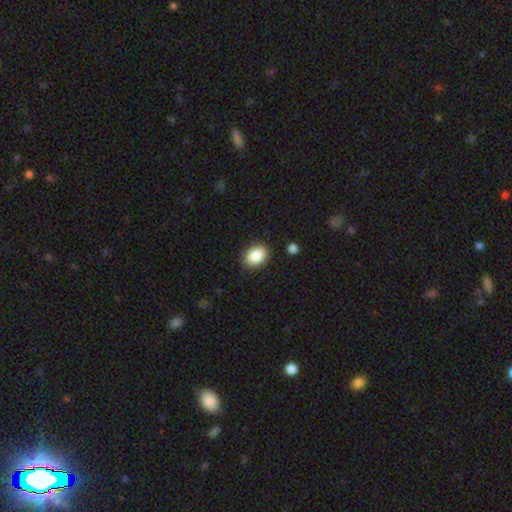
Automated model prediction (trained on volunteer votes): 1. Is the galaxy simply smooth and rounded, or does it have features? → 89% smooth, 7% star or artifact, 4% featured or disk.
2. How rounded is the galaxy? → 81% in between, 18% round, 1% cigar-shaped.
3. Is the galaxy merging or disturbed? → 88% none, 8% minor disturbance, 2% major disturbance, 2% merger.